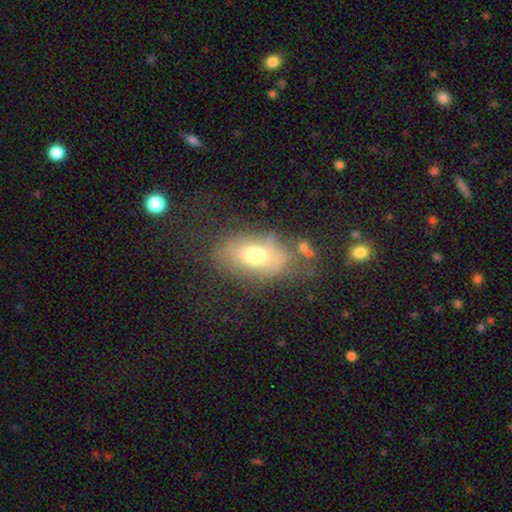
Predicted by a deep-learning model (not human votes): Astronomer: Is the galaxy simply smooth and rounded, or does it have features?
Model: smooth — 64%.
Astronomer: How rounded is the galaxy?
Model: in between — 88%.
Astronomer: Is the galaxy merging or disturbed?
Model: none — 53%.